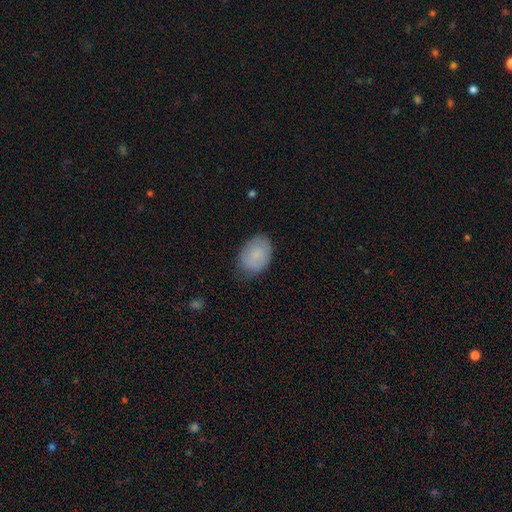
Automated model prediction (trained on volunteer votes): Q: Smooth or featured?
A: smooth (82%); runner-up: featured or disk (11%)
Q: How rounded?
A: in between (80%); runner-up: round (19%)
Q: Merging?
A: none (68%); runner-up: minor disturbance (25%)